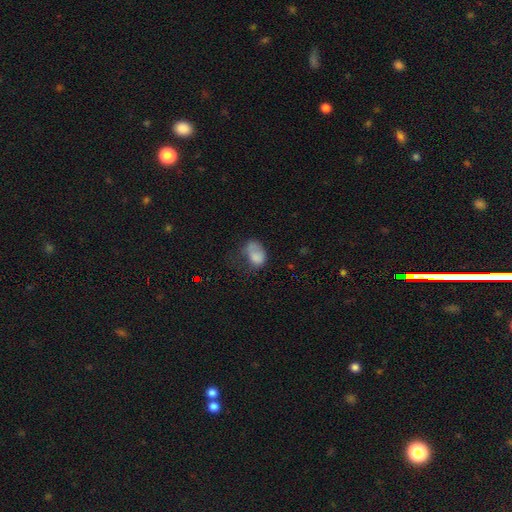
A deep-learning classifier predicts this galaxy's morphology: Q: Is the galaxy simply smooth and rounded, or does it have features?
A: smooth — 72%.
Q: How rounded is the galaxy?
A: in between — 80%.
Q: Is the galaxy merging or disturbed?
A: major disturbance — 38%.